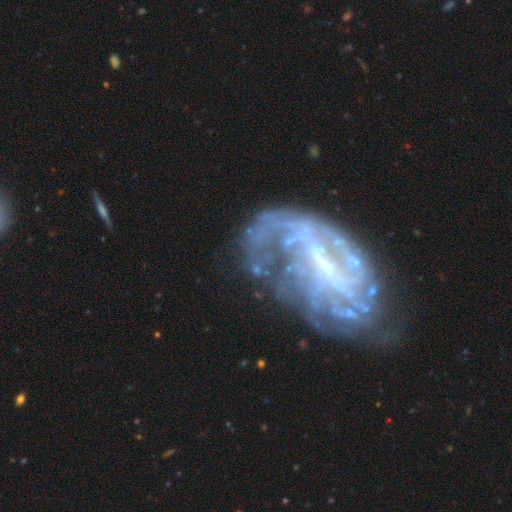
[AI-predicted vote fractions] A featured or disk galaxy (80%) with a weak bar (41%), tight (42%) spiral arms (74%) and a small central bulge (53%). Merging: none (47%).